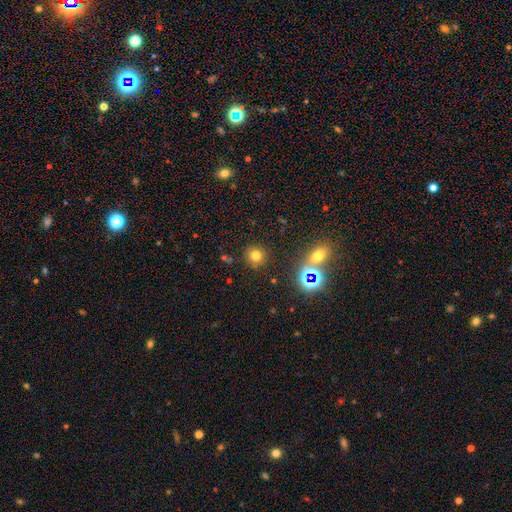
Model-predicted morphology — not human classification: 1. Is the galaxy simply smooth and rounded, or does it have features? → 71% smooth, 21% star or artifact, 8% featured or disk.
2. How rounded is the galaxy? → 91% round, 8% in between, 1% cigar-shaped.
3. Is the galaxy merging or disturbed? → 85% none, 8% minor disturbance, 4% merger, 3% major disturbance.